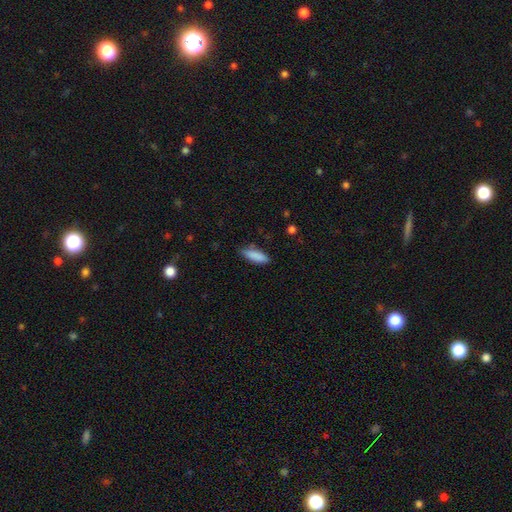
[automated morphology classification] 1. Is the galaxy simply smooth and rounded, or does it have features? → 88% smooth, 6% star or artifact, 6% featured or disk.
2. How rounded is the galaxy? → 56% in between, 43% cigar-shaped, 2% round.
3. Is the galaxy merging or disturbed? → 80% none, 16% minor disturbance, 3% major disturbance, 2% merger.